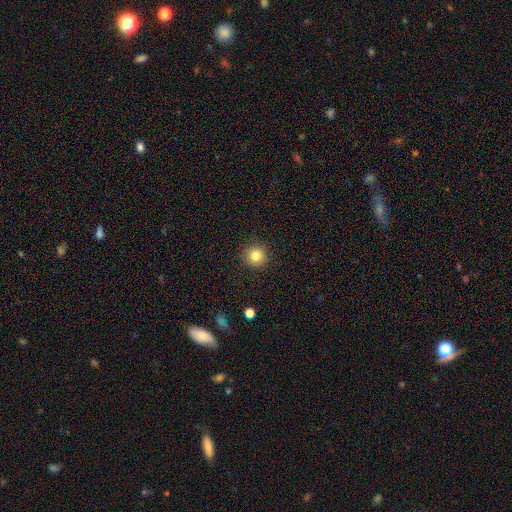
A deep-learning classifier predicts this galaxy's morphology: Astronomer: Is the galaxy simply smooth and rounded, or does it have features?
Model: smooth — 82%.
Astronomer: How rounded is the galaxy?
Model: round — 95%.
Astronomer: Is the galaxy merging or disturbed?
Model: none — 91%.